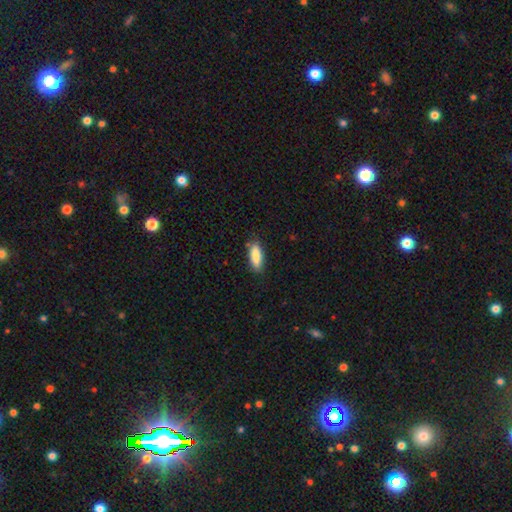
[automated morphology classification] A smooth galaxy with no disk features (88%) that is in between round and cigar-shaped (67%). Merging: none (81%).